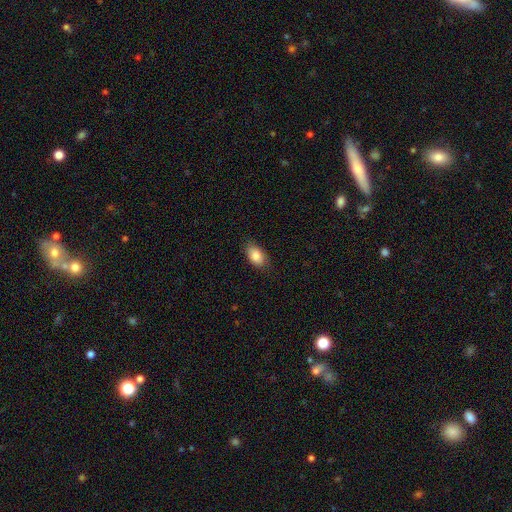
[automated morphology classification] type=smooth (86%); roundness=in between (90%); merging=none (83%).